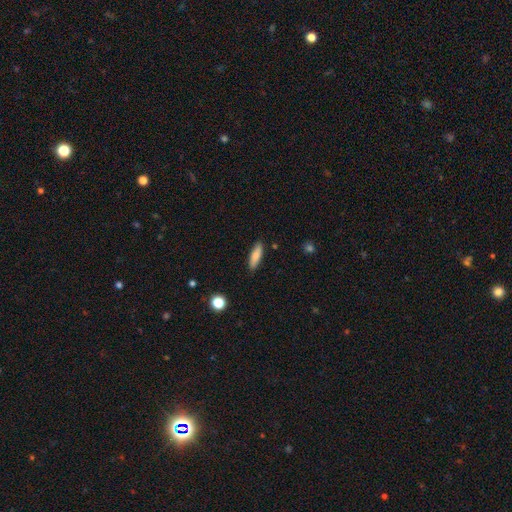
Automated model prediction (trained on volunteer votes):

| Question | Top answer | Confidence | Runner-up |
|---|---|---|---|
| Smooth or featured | smooth | 79% | featured or disk (14%) |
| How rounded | cigar-shaped | 59% | in between (39%) |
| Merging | none | 88% | minor disturbance (9%) |